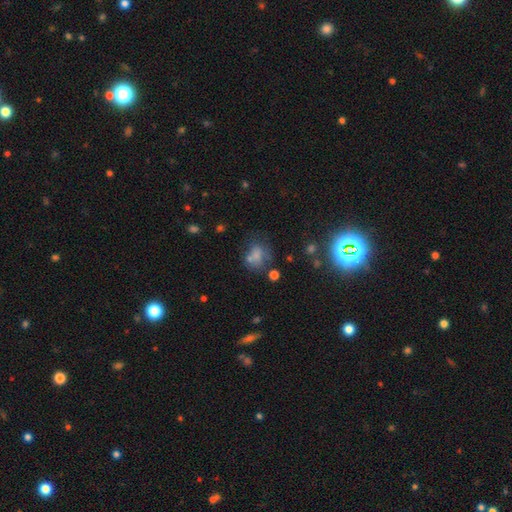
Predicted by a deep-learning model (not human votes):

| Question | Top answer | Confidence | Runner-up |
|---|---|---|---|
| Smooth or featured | smooth | 66% | featured or disk (18%) |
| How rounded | in between | 51% | round (47%) |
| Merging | none | 40% | minor disturbance (22%) |